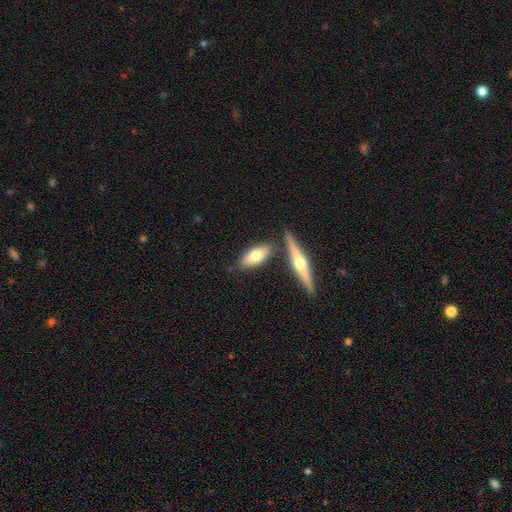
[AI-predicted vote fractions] Q: Smooth or featured?
A: smooth (68%); runner-up: featured or disk (26%)
Q: How rounded?
A: in between (76%); runner-up: cigar-shaped (22%)
Q: Merging?
A: none (71%); runner-up: merger (14%)